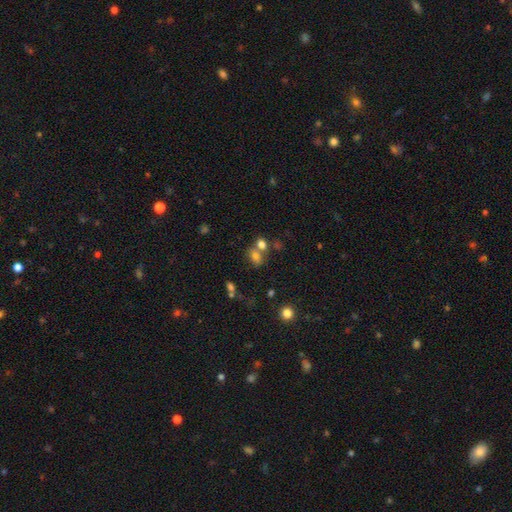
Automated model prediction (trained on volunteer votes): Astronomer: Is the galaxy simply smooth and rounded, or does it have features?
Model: smooth — 72%.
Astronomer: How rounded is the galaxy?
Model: in between — 64%.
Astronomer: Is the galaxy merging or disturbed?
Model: none — 44% (runner-up: merger, 39%).